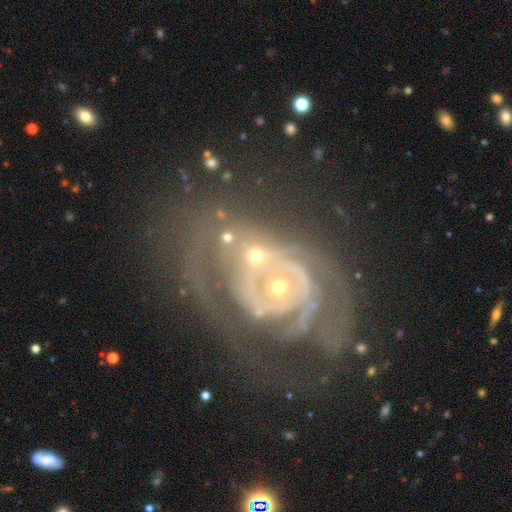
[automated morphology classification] Smooth or featured: featured or disk — 64% (smooth — 20%)
Edge-on disk: no — 96% (yes — 4%)
Bar: no — 77% (weak — 15%)
Spiral arms: yes — 67% (no — 33%)
Bulge size: small — 51% (moderate — 38%)
Merging: merger — 35% (none — 31%)